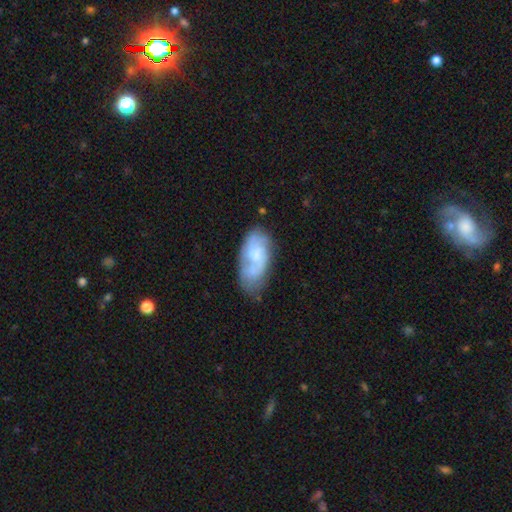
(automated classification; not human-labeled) This is possibly a featured or disk galaxy (56%). It is clearly not viewed edge-on (95%). Bar: likely no (66%). Spiral arm pattern: likely yes (80%). Central bulge: possibly small (45%). Merging: possibly none (57%).